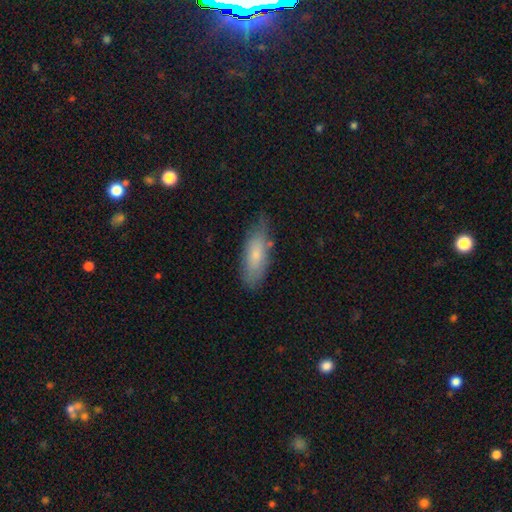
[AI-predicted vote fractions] Morphology: type=smooth (73%); roundness=in between (67%); merging=none (68%).